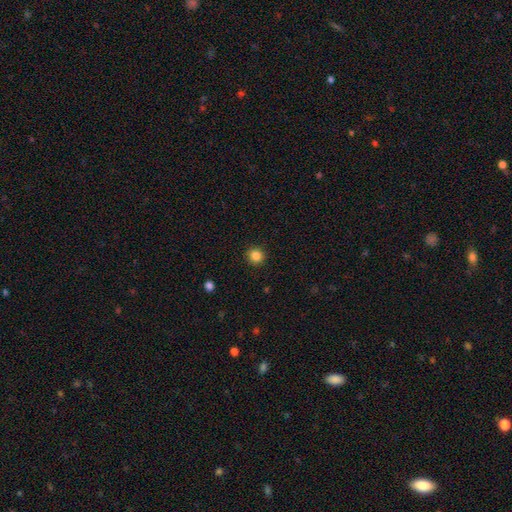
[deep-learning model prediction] Smooth or featured?
  - smooth: 85% *
  - star or artifact: 11%
  - featured or disk: 4%
How rounded?
  - round: 91% *
  - in between: 8%
  - cigar-shaped: 1%
Merging?
  - none: 91% *
  - minor disturbance: 6%
  - major disturbance: 2%
  - merger: 1%